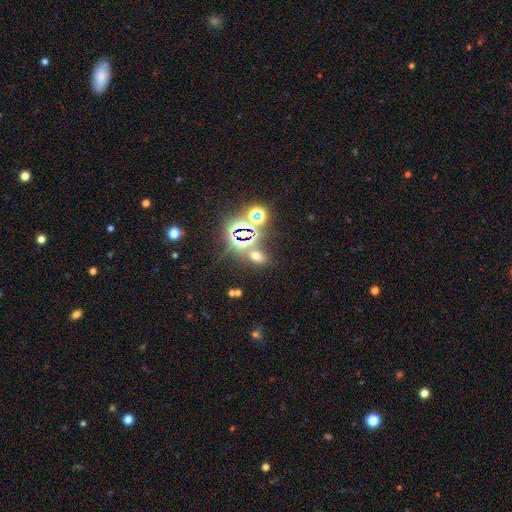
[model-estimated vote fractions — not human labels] Smooth or featured?
  - star or artifact: 47% *
  - smooth: 44%
  - featured or disk: 9%